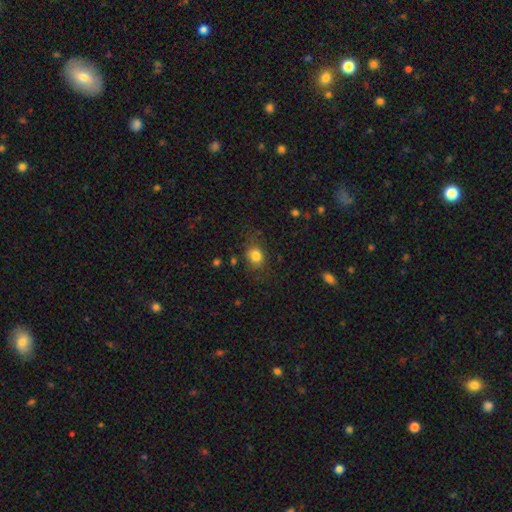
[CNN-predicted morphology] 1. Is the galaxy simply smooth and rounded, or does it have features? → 81% smooth, 11% star or artifact, 8% featured or disk.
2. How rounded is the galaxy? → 60% round, 39% in between, 1% cigar-shaped.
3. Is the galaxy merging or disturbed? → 70% none, 19% minor disturbance, 8% major disturbance, 2% merger.